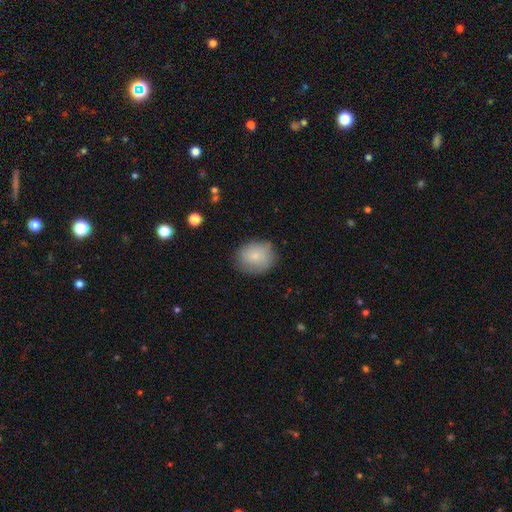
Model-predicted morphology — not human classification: A smooth galaxy with no disk features (79%) that is round (68%). Merging: none (74%).